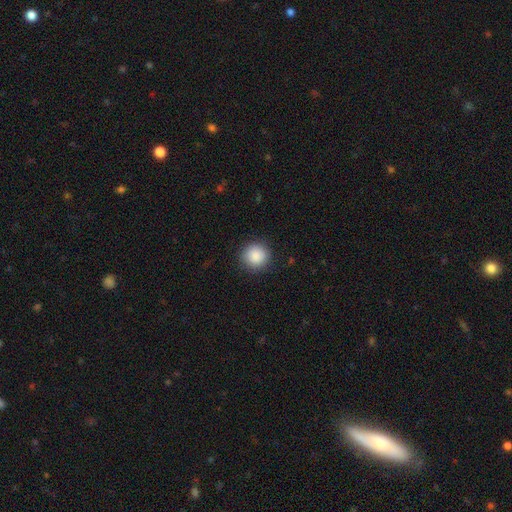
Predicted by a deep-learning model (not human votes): Smooth or featured? Predicted: smooth (p=0.88). How rounded? Predicted: round (p=0.93). Merging? Predicted: none (p=0.89).